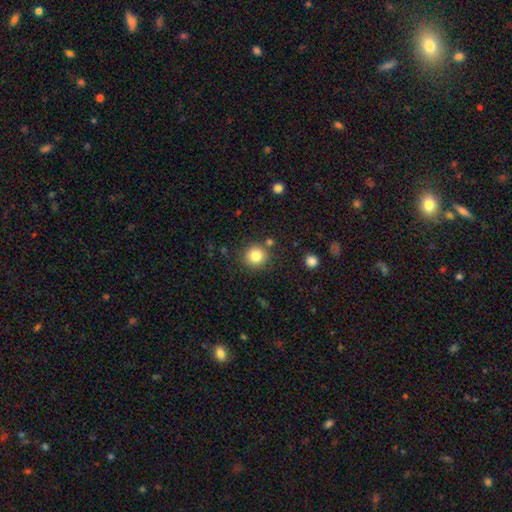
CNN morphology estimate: smooth_or_featured: smooth (p=0.82) [alt: star or artifact p=0.11]
how_rounded: round (p=0.91) [alt: in between p=0.08]
merging: none (p=0.83) [alt: minor disturbance p=0.08]